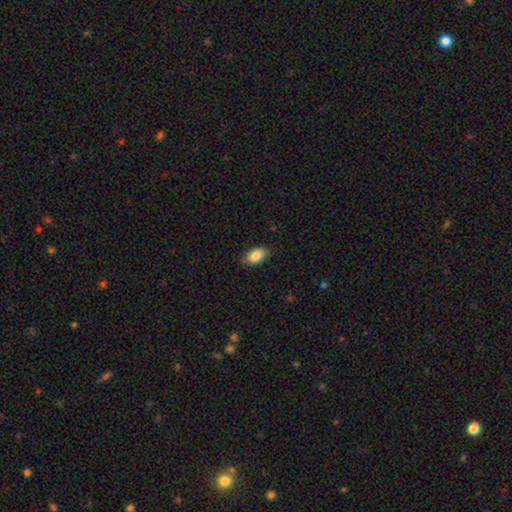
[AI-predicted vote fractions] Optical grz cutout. It shows a smooth galaxy with no disk features (87%) that is in between round and cigar-shaped (92%). Merging: none (86%).